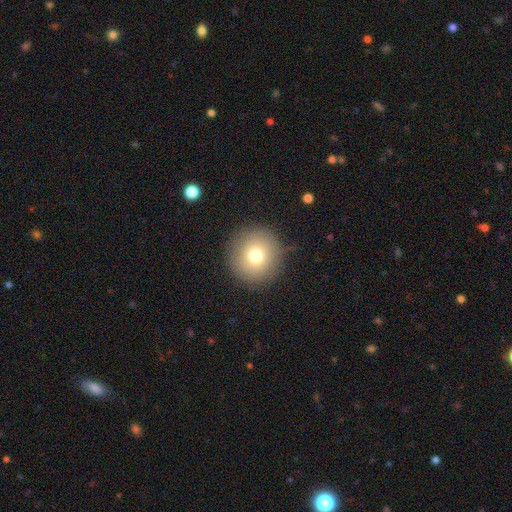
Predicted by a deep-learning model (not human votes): smooth 75%, featured or disk 13%, star or artifact 12%. Down the decision tree: how rounded — round (94%); merging — none (88%).